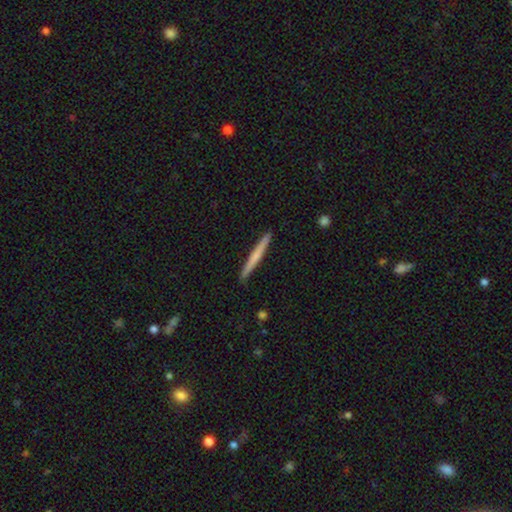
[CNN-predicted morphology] A smooth galaxy with no disk features (53%) that is cigar-shaped (97%).

Vote fractions:
- Smooth or featured? smooth: 53% / featured or disk: 42% / star or artifact: 5%
- How rounded? cigar-shaped: 97% / in between: 2% / round: 1%
- Merging? none: 92% / minor disturbance: 5% / major disturbance: 1% / merger: 1%